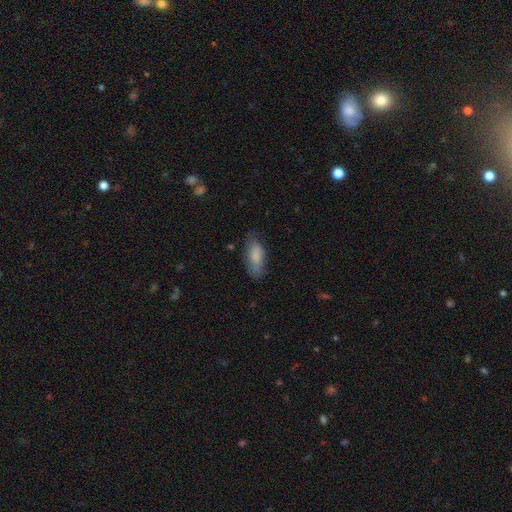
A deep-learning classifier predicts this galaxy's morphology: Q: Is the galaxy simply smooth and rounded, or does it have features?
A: smooth — 79%.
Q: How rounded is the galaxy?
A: in between — 81%.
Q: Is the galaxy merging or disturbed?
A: none — 69%.